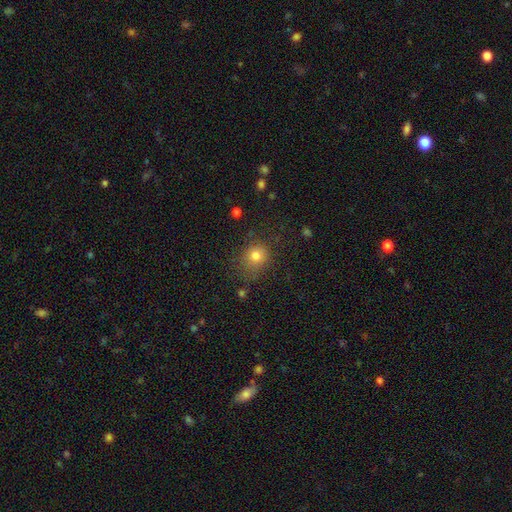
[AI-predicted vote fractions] smooth-or-featured: smooth: 80% | star or artifact: 13% | featured or disk: 7%
  how-rounded: round: 78% | in between: 21% | cigar-shaped: 1%
  merging: none: 69% | minor disturbance: 20% | major disturbance: 8% | merger: 3%